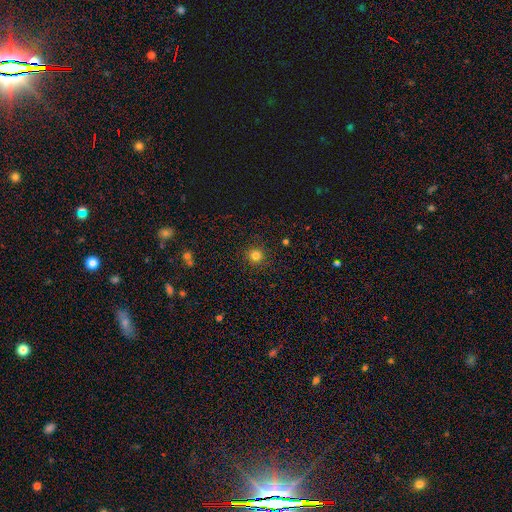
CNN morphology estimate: A smooth galaxy with no disk features (80%) that is round (94%).

Vote fractions:
- Smooth or featured? smooth: 80% / star or artifact: 15% / featured or disk: 5%
- How rounded? round: 94% / in between: 5% / cigar-shaped: 1%
- Merging? none: 91% / minor disturbance: 6% / major disturbance: 2% / merger: 1%